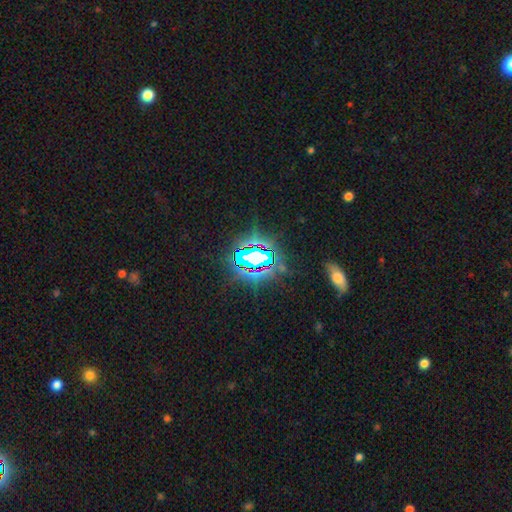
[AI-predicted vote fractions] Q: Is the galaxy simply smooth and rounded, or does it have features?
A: star or artifact — 72%.